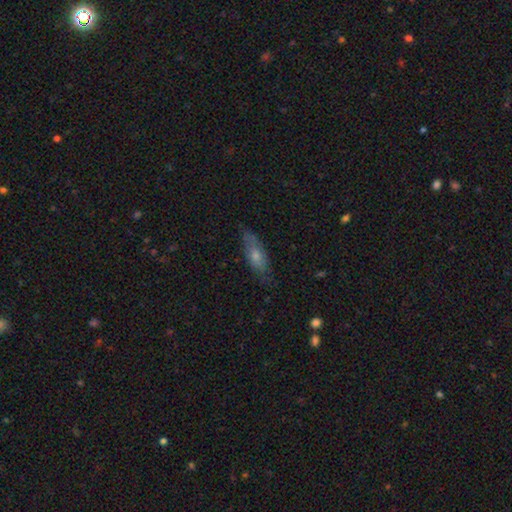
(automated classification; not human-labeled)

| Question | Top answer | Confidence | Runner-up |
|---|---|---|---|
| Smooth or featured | smooth | 49% | featured or disk (41%) |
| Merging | none | 76% | minor disturbance (18%) |